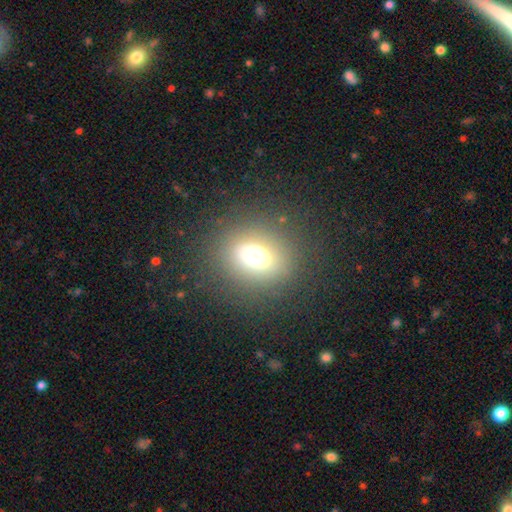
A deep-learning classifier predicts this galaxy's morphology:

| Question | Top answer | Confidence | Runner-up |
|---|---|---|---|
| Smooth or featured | smooth | 68% | star or artifact (17%) |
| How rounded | round | 55% | in between (43%) |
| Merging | none | 84% | minor disturbance (9%) |